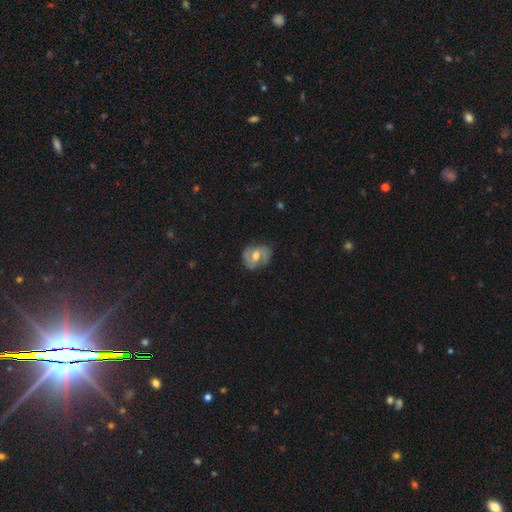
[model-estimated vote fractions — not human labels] smooth_or_featured: featured or disk (p=0.66) [alt: smooth p=0.27]
disk_edge_on: no (p=0.97) [alt: yes p=0.03]
bar: weak (p=0.44) [alt: no p=0.40]
has_spiral_arms: yes (p=0.79) [alt: no p=0.21]
bulge_size: moderate (p=0.66) [alt: large p=0.18]
merging: none (p=0.68) [alt: minor disturbance p=0.22]